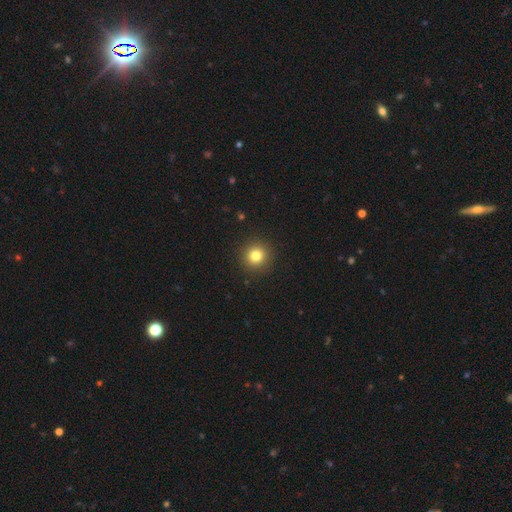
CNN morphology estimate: Smooth or featured?
  - smooth: 81% *
  - star or artifact: 12%
  - featured or disk: 7%
How rounded?
  - round: 95% *
  - in between: 5%
  - cigar-shaped: 1%
Merging?
  - none: 92% *
  - minor disturbance: 5%
  - major disturbance: 2%
  - merger: 1%